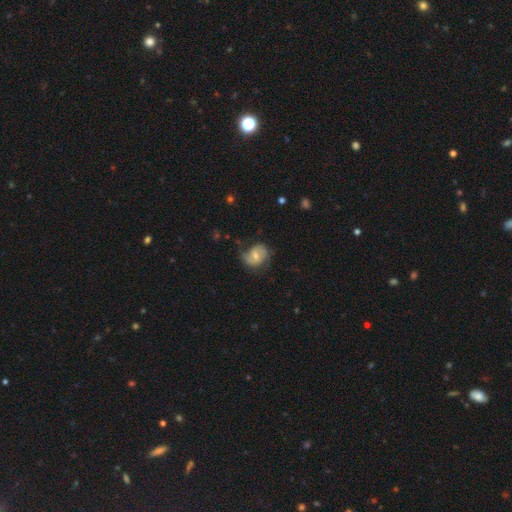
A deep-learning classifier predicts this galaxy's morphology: This appears to be a featured or disk galaxy (55%) with no bar (47%), spiral arms (82%) and a moderate central bulge (53%). Merging: none (54%).